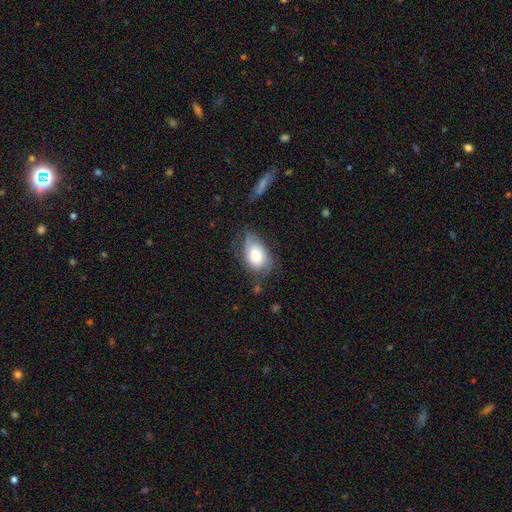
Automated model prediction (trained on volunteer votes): Morphology: type=smooth (52%); roundness=in between (85%); merging=none (52%).